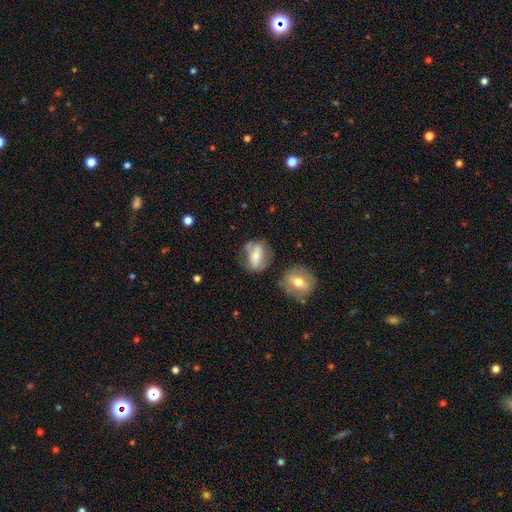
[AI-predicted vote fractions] Smooth or featured: smooth — 54% (featured or disk — 38%)
How rounded: in between — 66% (round — 28%)
Merging: none — 52% (minor disturbance — 25%)